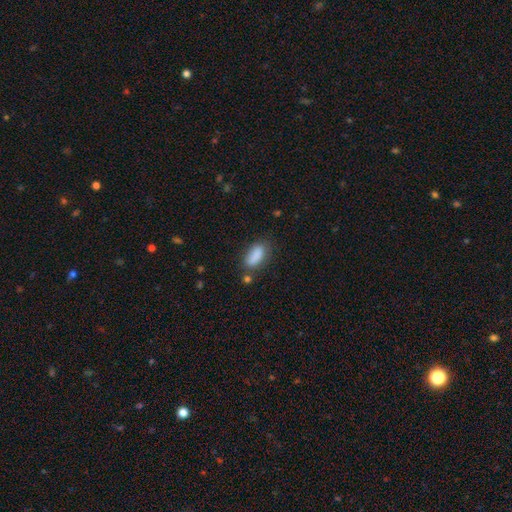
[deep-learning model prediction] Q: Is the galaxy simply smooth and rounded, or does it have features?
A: smooth — 86%.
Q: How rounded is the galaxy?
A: in between — 83%.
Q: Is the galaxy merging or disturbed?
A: none — 67%.